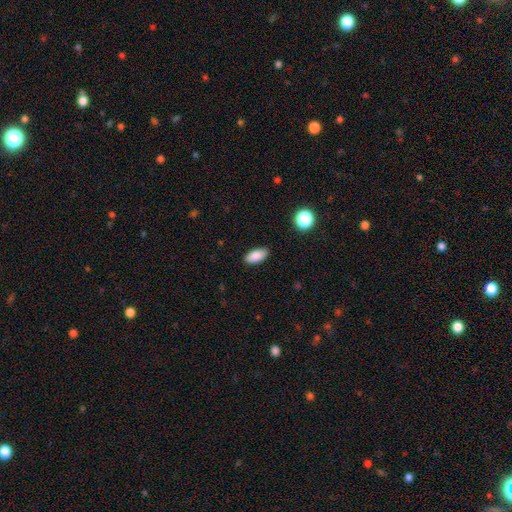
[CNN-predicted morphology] Smooth or featured: smooth — 86% (star or artifact — 8%)
How rounded: in between — 91% (cigar-shaped — 6%)
Merging: none — 86% (minor disturbance — 10%)